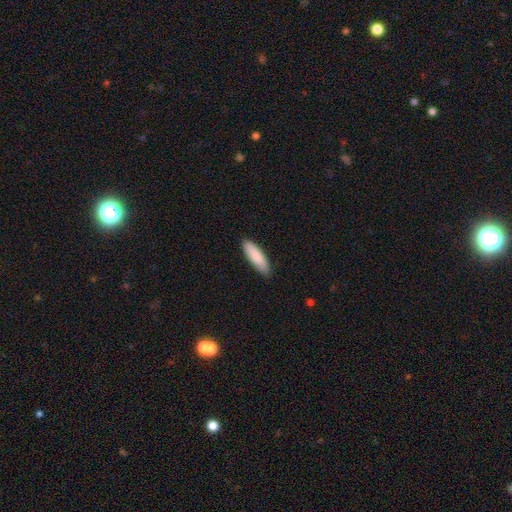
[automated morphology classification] Q: Smooth or featured?
A: smooth (88%); runner-up: featured or disk (7%)
Q: How rounded?
A: cigar-shaped (56%); runner-up: in between (43%)
Q: Merging?
A: none (88%); runner-up: minor disturbance (10%)